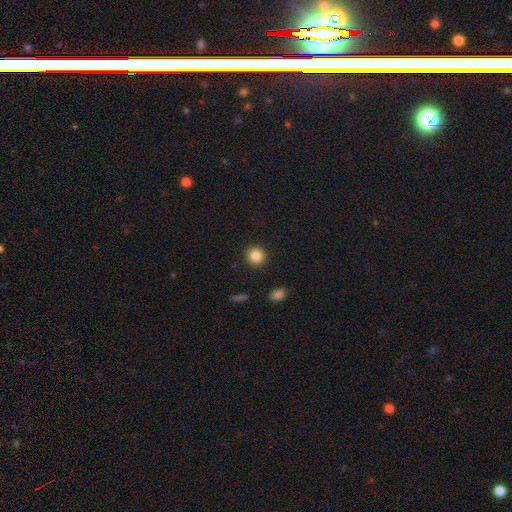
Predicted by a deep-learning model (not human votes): Overall: smooth (85%). How rounded: round (94%). Merging: none (92%).